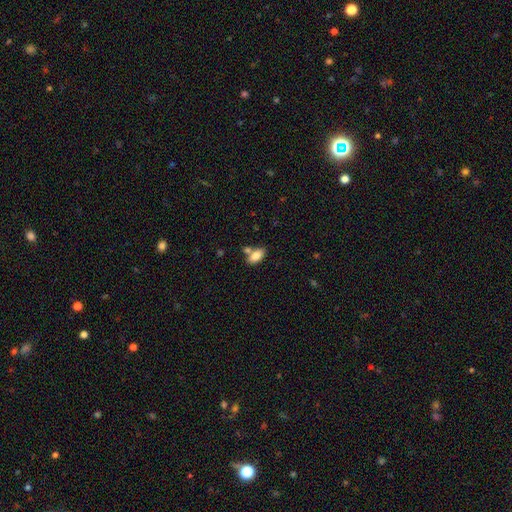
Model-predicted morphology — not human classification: This is clearly a smooth galaxy (83%). How rounded: clearly in between (91%). Merging: possibly none (60%).